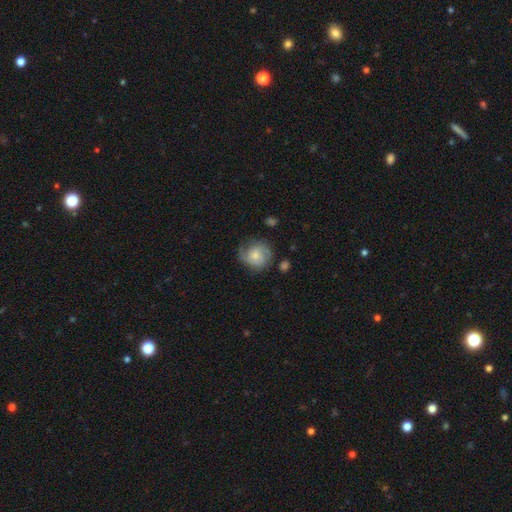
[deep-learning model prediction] Morphology: type=featured or disk (51%); edge-on=no (98%); merging=none (65%).